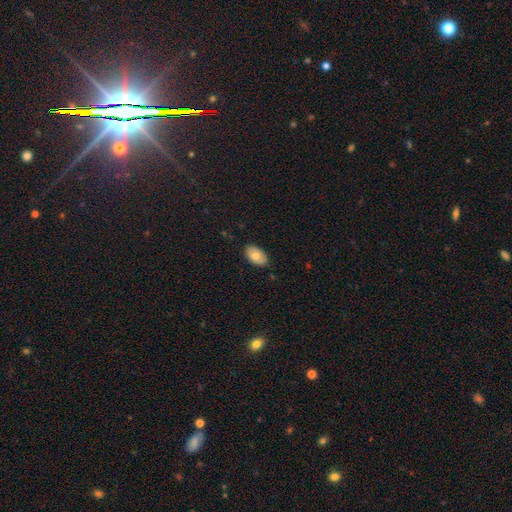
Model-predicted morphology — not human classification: smooth-or-featured: smooth: 73% | featured or disk: 20% | star or artifact: 7%
  how-rounded: in between: 93% | round: 6% | cigar-shaped: 1%
  merging: none: 84% | minor disturbance: 12% | major disturbance: 2% | merger: 1%